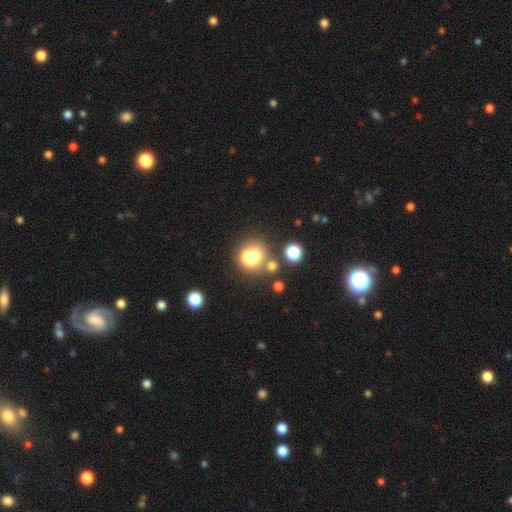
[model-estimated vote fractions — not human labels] Overall: smooth (64%). How rounded: round (78%). Merging: none (55%; merger 25%).